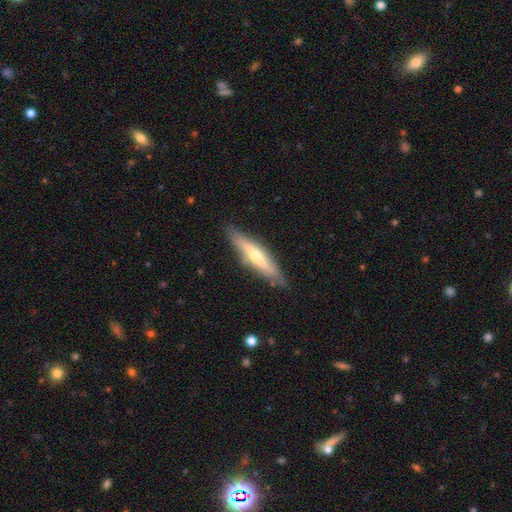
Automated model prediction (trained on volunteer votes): Overall: featured or disk (55%; smooth 39%). Edge-on disk: yes (84%). Merging: none (85%).